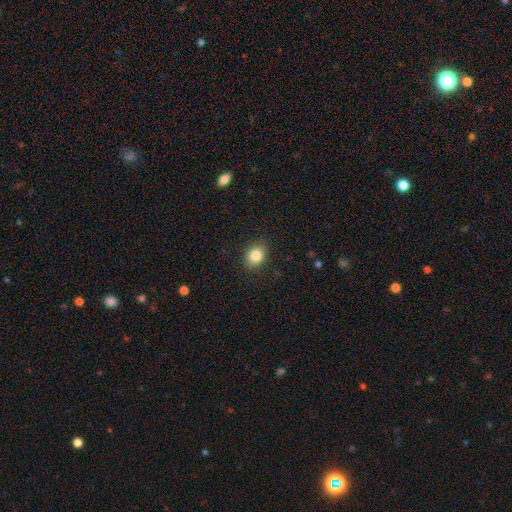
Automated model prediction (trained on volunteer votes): smooth_or_featured: smooth (p=0.84) [alt: star or artifact p=0.09]
how_rounded: in between (p=0.61) [alt: round p=0.38]
merging: none (p=0.88) [alt: minor disturbance p=0.09]